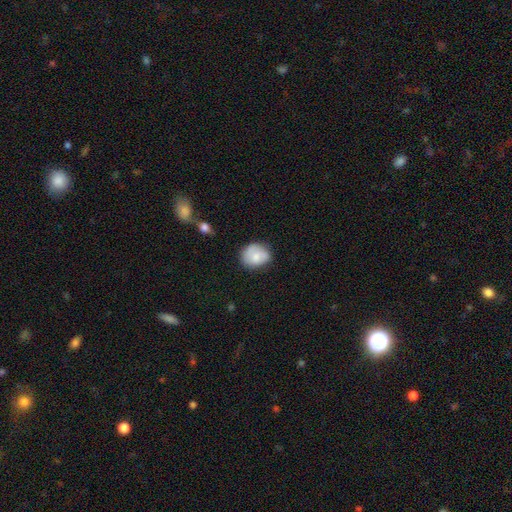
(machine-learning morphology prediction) Smooth or featured? Predicted: smooth (p=0.74). How rounded? Predicted: round (p=0.57). Merging? Predicted: none (p=0.65).